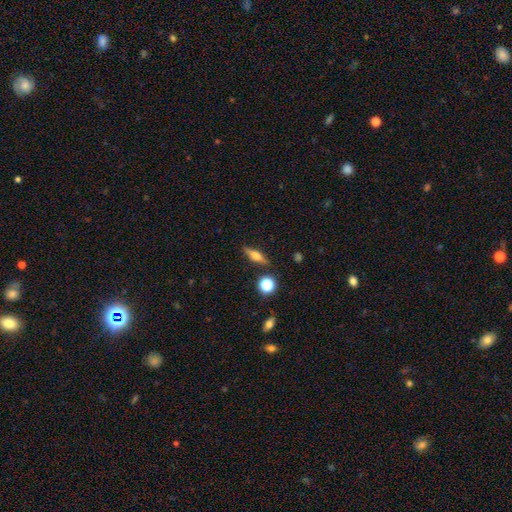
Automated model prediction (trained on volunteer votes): Morphology: type=smooth (46%); merging=none (84%).